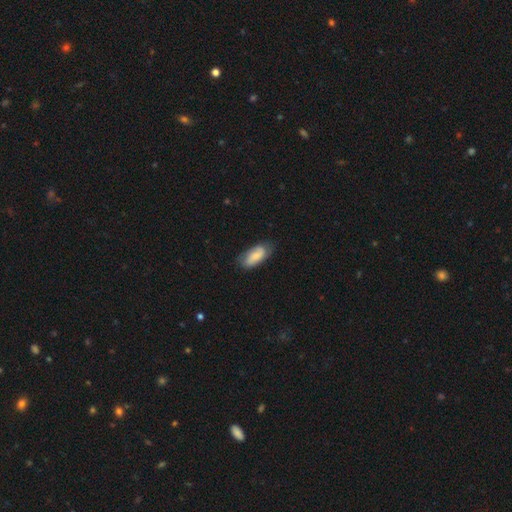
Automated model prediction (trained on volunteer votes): Smooth or featured? smooth (72%)
How rounded? in between (88%)
Merging? none (66%)